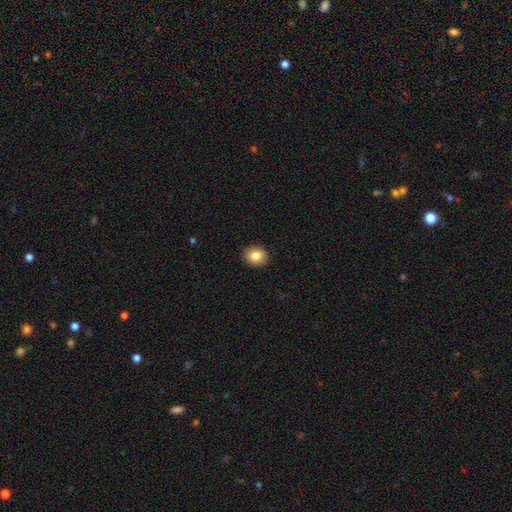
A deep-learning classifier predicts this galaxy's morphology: Smooth or featured?
  - smooth: 84% *
  - star or artifact: 9%
  - featured or disk: 7%
How rounded?
  - round: 70% *
  - in between: 29%
  - cigar-shaped: 1%
Merging?
  - none: 92% *
  - minor disturbance: 6%
  - major disturbance: 2%
  - merger: 1%